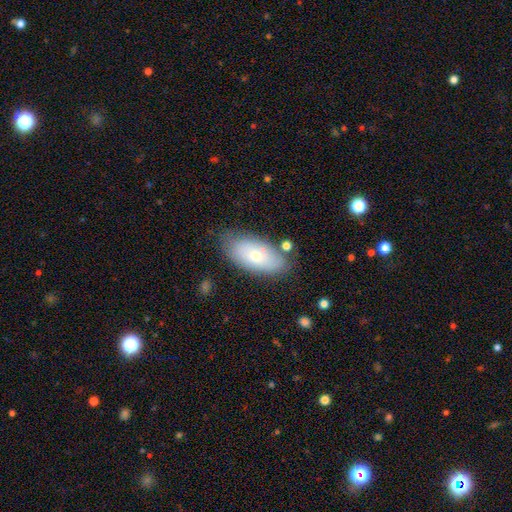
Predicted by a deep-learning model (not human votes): Q: Smooth or featured?
A: smooth (62%); runner-up: featured or disk (30%)
Q: How rounded?
A: in between (91%); runner-up: cigar-shaped (5%)
Q: Merging?
A: none (75%); runner-up: minor disturbance (17%)